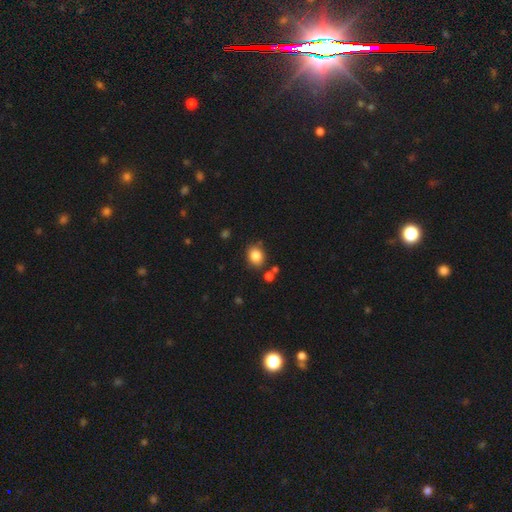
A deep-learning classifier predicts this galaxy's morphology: A smooth galaxy with no disk features (83%) that is round (59%). Merging: none (80%).